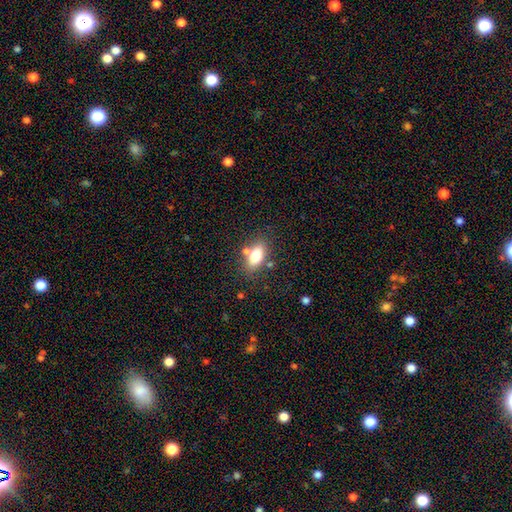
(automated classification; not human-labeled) A smooth galaxy with no disk features (73%) that is in between round and cigar-shaped (83%). Merging: none (69%).